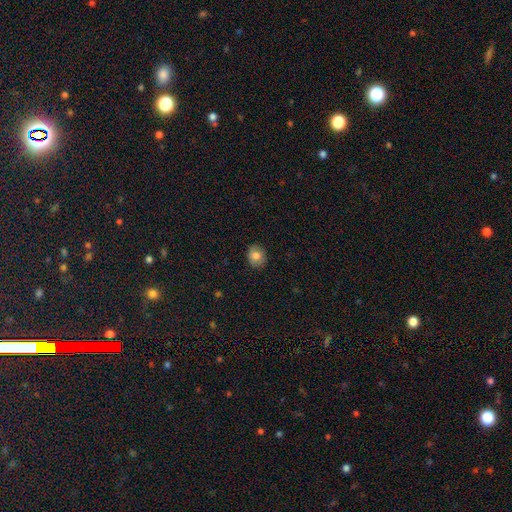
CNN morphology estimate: This is clearly a smooth galaxy (80%). How rounded: likely round (63%). Merging: clearly none (86%).